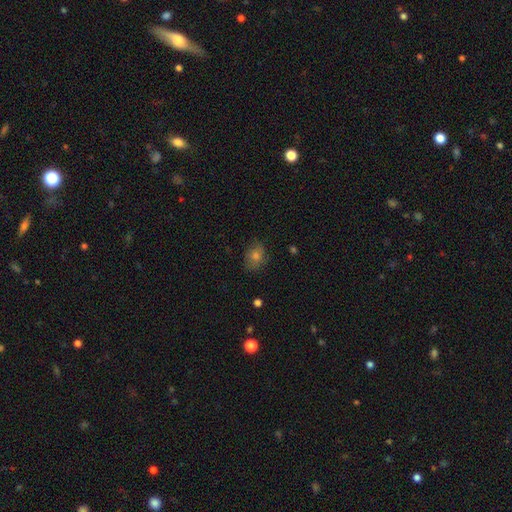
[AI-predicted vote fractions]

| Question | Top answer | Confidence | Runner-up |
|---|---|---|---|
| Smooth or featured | smooth | 61% | featured or disk (20%) |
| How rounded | in between | 57% | round (42%) |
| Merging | none | 77% | minor disturbance (16%) |